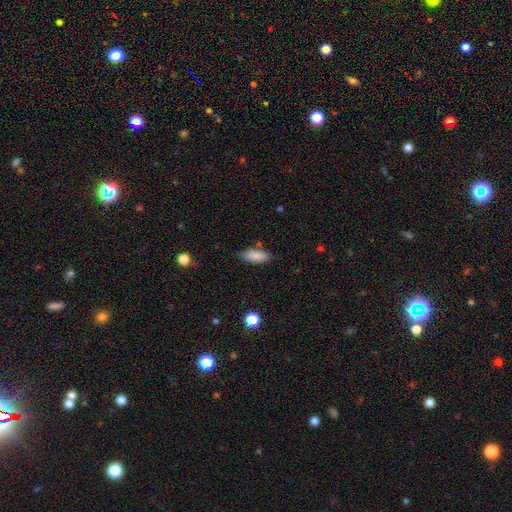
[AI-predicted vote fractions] Smooth or featured? Predicted: smooth (p=0.86). How rounded? Predicted: in between (p=0.78). Merging? Predicted: none (p=0.79).